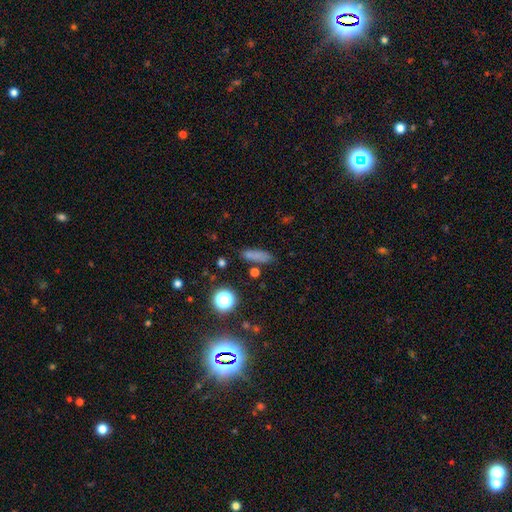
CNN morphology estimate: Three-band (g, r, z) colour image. It shows a smooth galaxy with no disk features (74%) that is cigar-shaped (59%). Merging: none (77%).